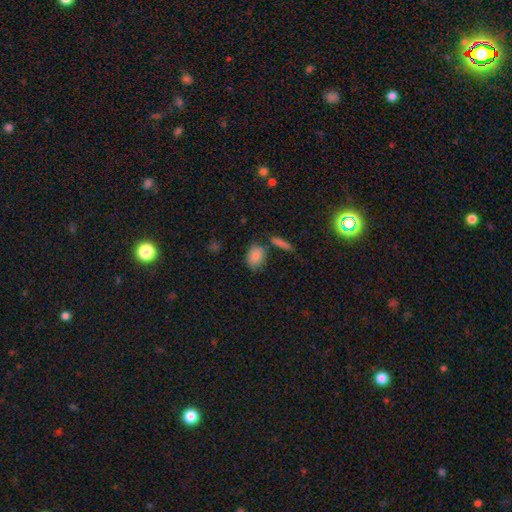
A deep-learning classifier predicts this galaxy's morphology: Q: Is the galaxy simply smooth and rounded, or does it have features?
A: smooth — 85%.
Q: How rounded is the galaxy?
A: in between — 71%.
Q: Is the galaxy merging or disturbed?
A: none — 64%.